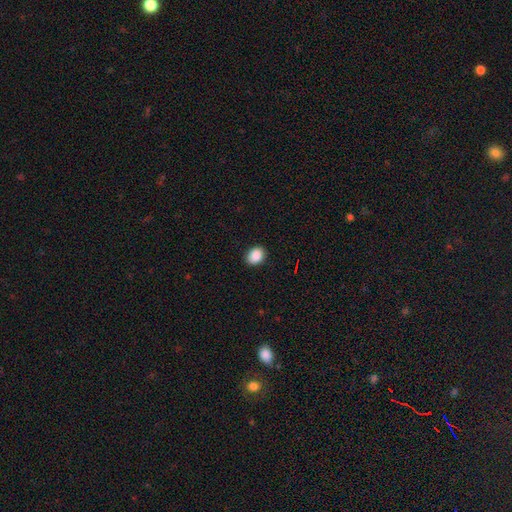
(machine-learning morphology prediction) Overall: smooth (89%). How rounded: in between (64%; round 36%). Merging: none (89%).